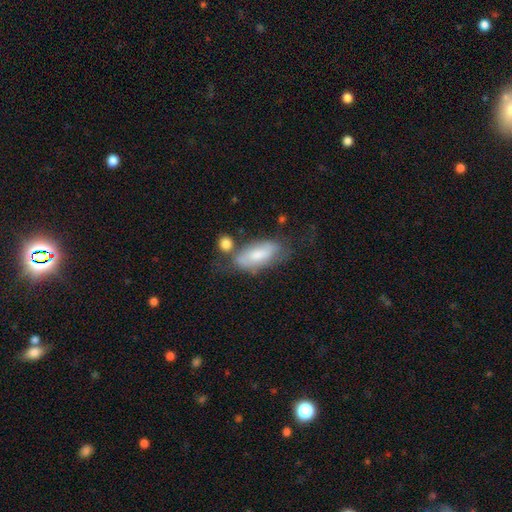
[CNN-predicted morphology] smooth-or-featured: smooth: 62% | featured or disk: 31% | star or artifact: 7%
  how-rounded: in between: 81% | cigar-shaped: 16% | round: 3%
  merging: none: 44% | minor disturbance: 24% | merger: 19% | major disturbance: 13%